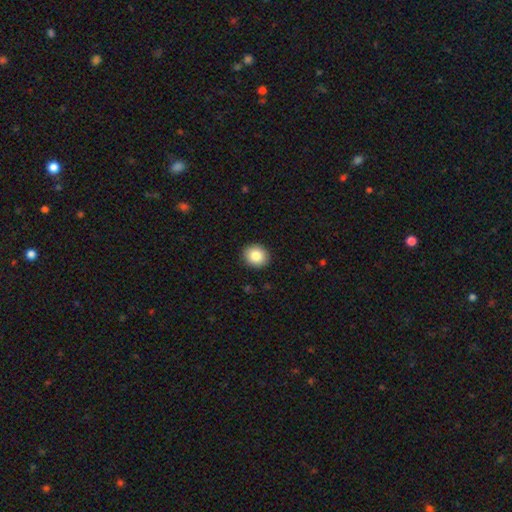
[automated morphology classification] smooth_or_featured: smooth (p=0.84) [alt: star or artifact p=0.09]
how_rounded: round (p=0.74) [alt: in between p=0.25]
merging: none (p=0.92) [alt: minor disturbance p=0.06]